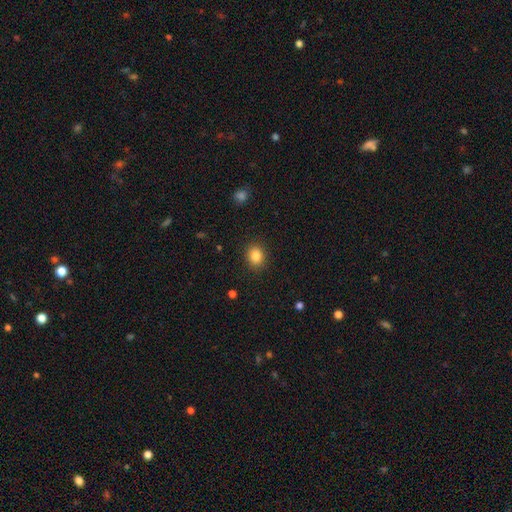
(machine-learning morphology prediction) A smooth galaxy with no disk features (85%) that is round (60%). Merging: none (89%).